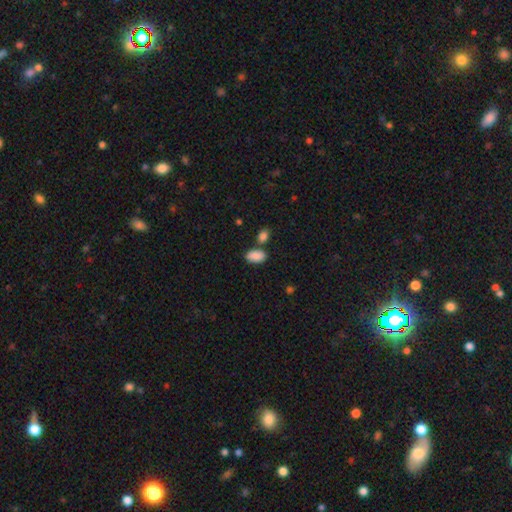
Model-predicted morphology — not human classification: Overall: smooth (89%). How rounded: in between (94%). Merging: none (70%).